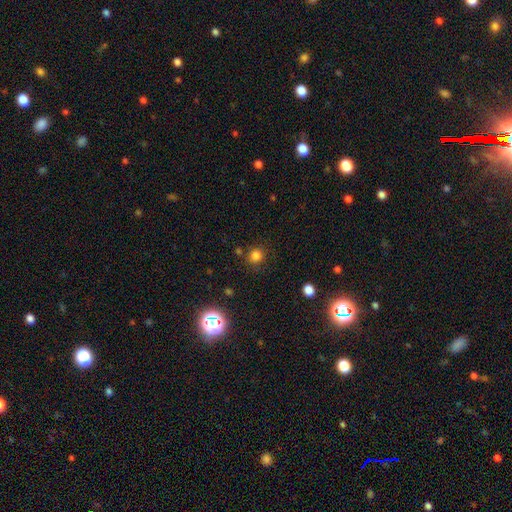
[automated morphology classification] Smooth or featured? smooth (78%)
How rounded? round (90%)
Merging? none (81%)